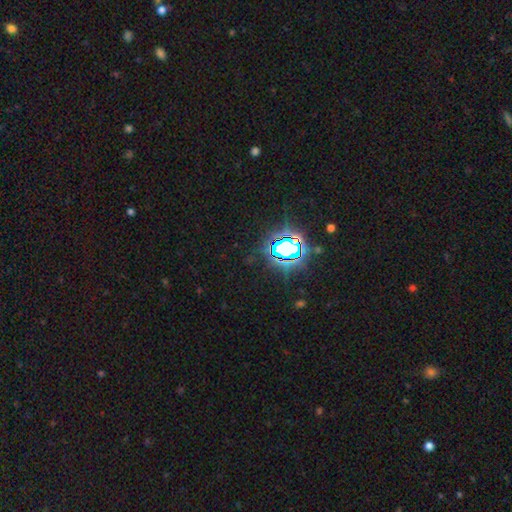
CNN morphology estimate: Smooth or featured?
  - star or artifact: 80% *
  - smooth: 13%
  - featured or disk: 8%